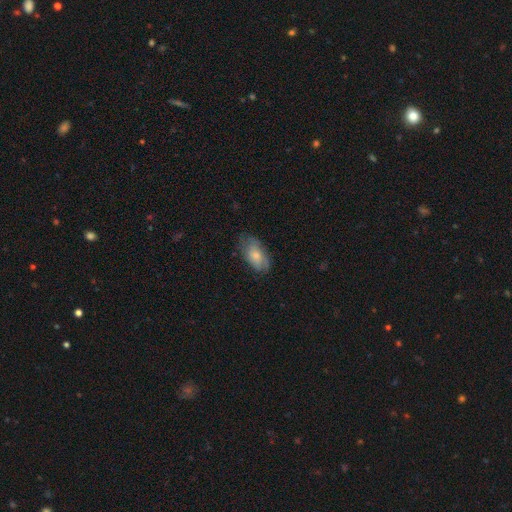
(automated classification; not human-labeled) This appears to be a smooth galaxy with no disk features (61%) that is in between round and cigar-shaped (91%). Merging: none (61%).